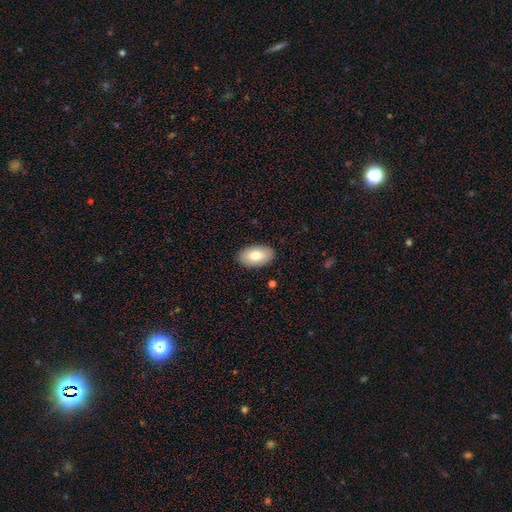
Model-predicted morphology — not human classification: Smooth or featured? smooth (81%)
How rounded? in between (95%)
Merging? none (89%)